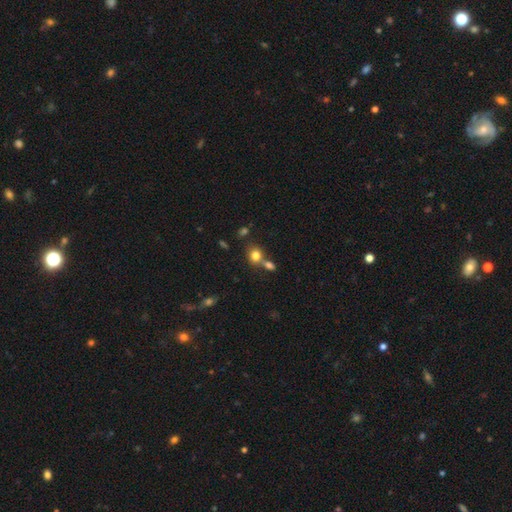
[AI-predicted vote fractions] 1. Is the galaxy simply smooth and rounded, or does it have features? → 79% smooth, 12% star or artifact, 9% featured or disk.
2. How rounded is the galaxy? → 71% round, 28% in between, 1% cigar-shaped.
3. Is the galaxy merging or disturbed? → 50% none, 35% merger, 10% minor disturbance, 4% major disturbance.